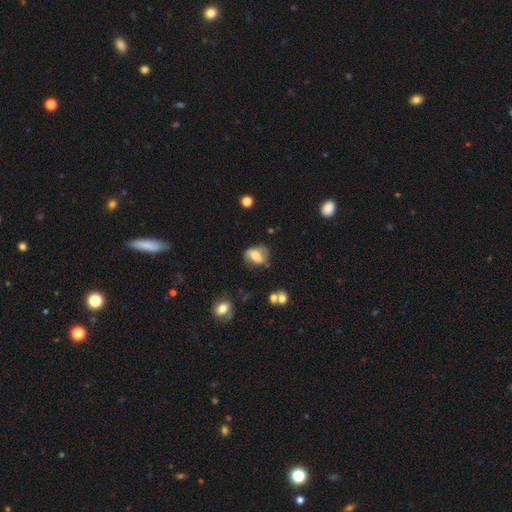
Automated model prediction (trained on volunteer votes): Smooth or featured? smooth (60%)
How rounded? in between (76%)
Merging? none (55%)